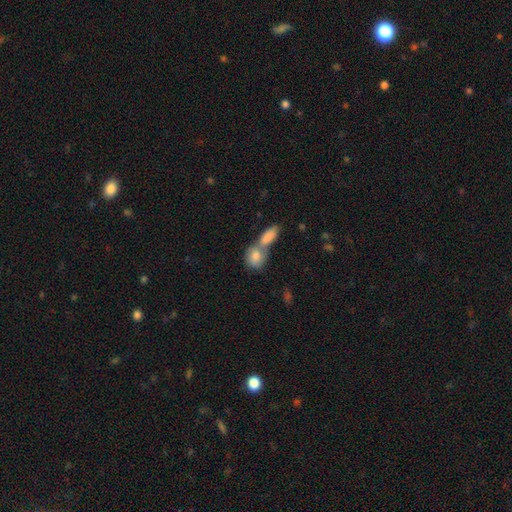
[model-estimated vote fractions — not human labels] The model was most divided on "how rounded": in between: 52%, round: 43%, cigar-shaped: 5%. More confident: smooth or featured — smooth (80%); merging — merger (59%).